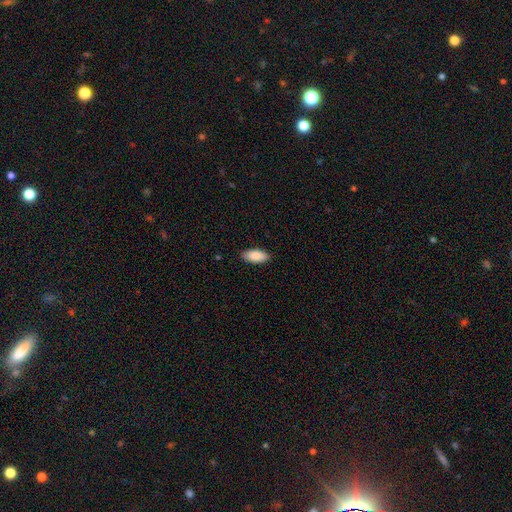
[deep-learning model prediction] A smooth galaxy with no disk features (89%) that is in between round and cigar-shaped (90%). Merging: none (88%).